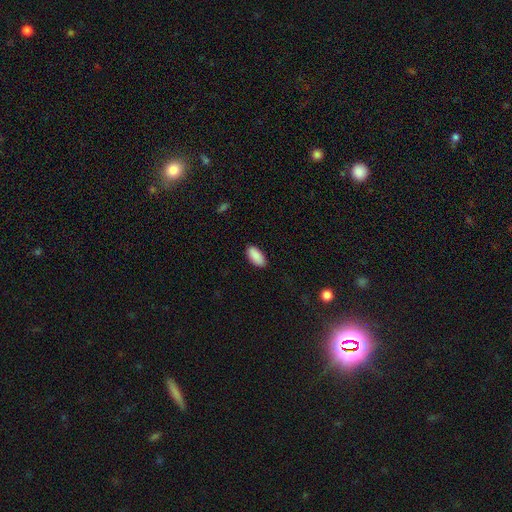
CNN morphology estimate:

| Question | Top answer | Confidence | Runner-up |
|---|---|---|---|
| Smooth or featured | smooth | 91% | star or artifact (6%) |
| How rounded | in between | 92% | cigar-shaped (6%) |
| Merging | none | 88% | minor disturbance (9%) |